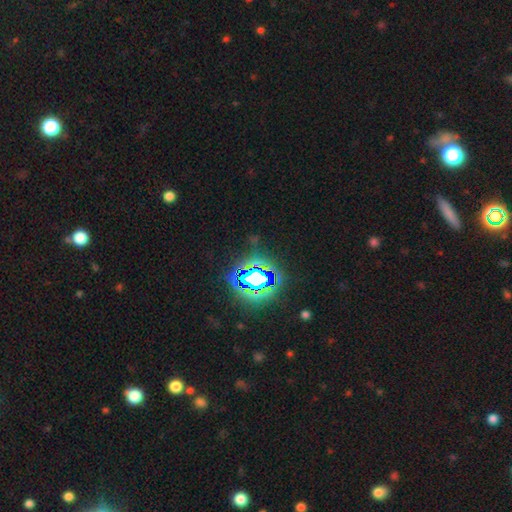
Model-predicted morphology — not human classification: Q: Smooth or featured?
A: star or artifact (78%); runner-up: smooth (13%)